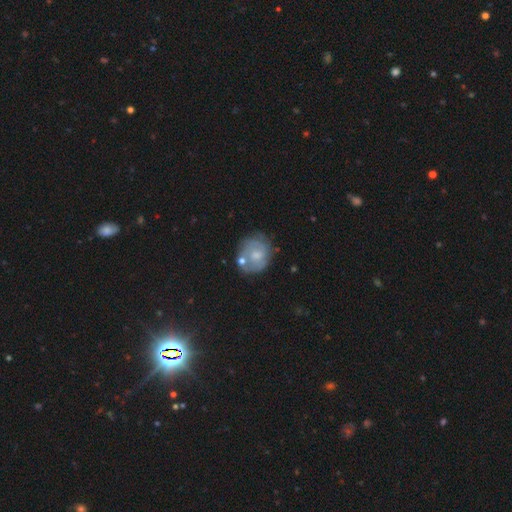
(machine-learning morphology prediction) A featured or disk galaxy (47%). Merging: none (55%).